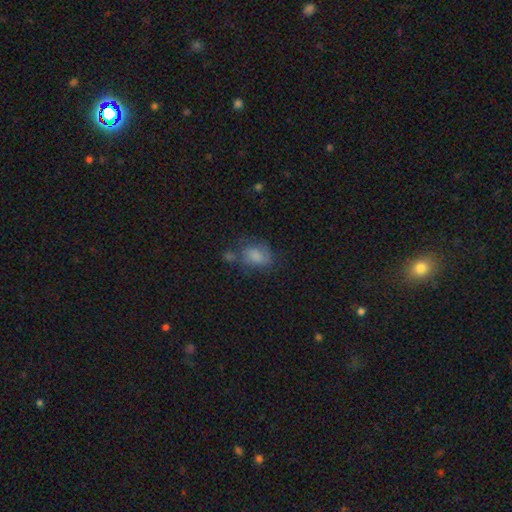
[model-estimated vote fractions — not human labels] Smooth or featured? Predicted: smooth (p=0.72). How rounded? Predicted: in between (p=0.76). Merging? Predicted: none (p=0.47).